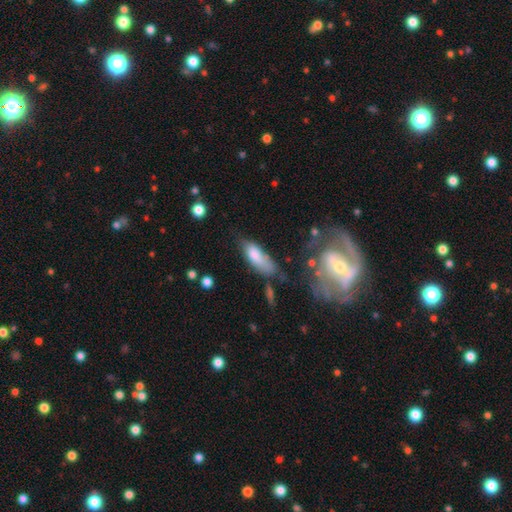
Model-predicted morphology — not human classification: Smooth or featured? smooth (78%)
How rounded? in between (72%)
Merging? none (38%)